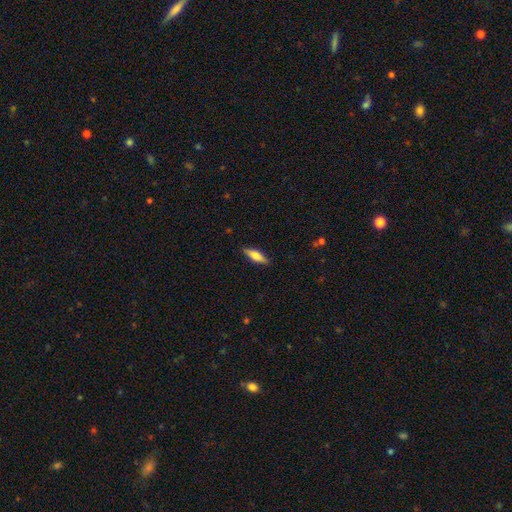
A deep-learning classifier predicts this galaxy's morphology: smooth 62%, featured or disk 31%, star or artifact 6%. Down the decision tree: how rounded — cigar-shaped (50%); merging — none (87%).